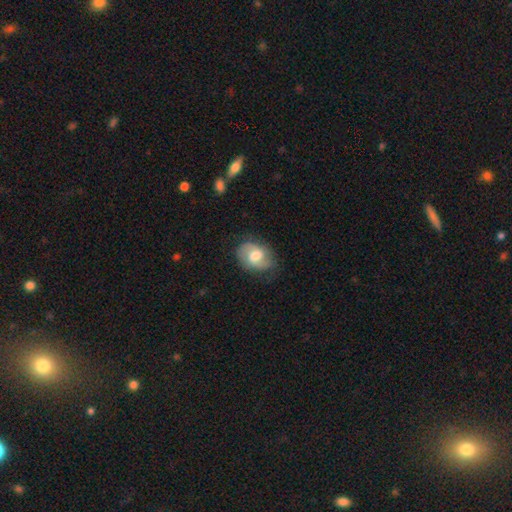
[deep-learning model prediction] Q: Smooth or featured?
A: featured or disk (53%); runner-up: smooth (40%)
Q: Edge-on disk?
A: no (96%); runner-up: yes (4%)
Q: Bar?
A: weak (51%); runner-up: no (37%)
Q: Spiral arms?
A: yes (82%); runner-up: no (18%)
Q: Bulge size?
A: moderate (60%); runner-up: large (24%)
Q: Merging?
A: none (72%); runner-up: minor disturbance (20%)